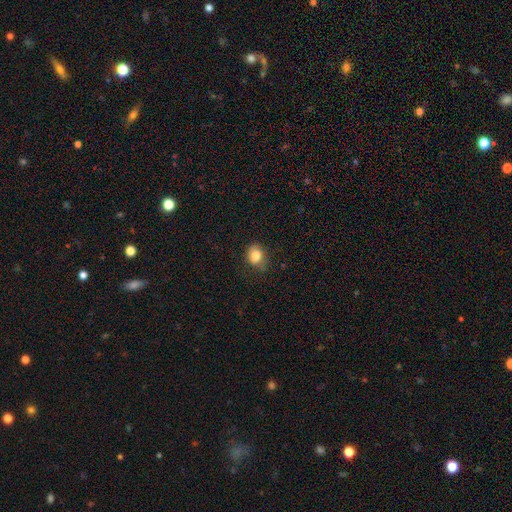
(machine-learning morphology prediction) This is clearly a smooth galaxy (83%). How rounded: possibly in between (55%). Merging: likely none (71%).